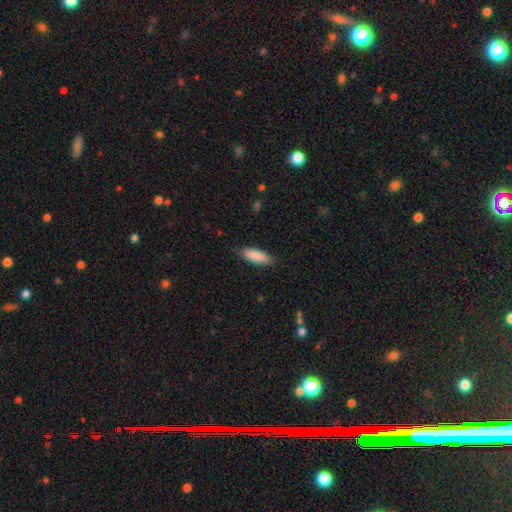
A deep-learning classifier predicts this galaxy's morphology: smooth 88%, featured or disk 6%, star or artifact 6%. Down the decision tree: how rounded — in between (60%); merging — none (84%).